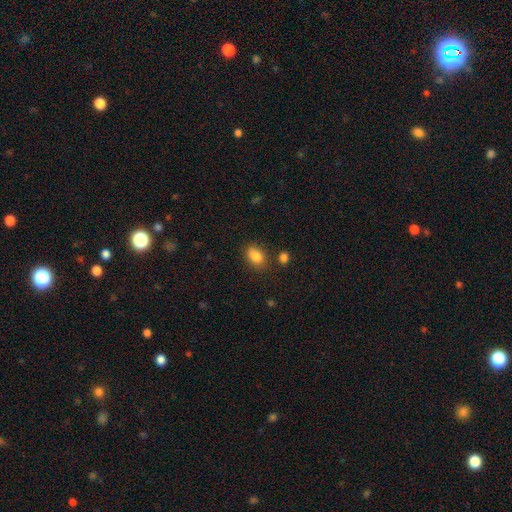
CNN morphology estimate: smooth_or_featured: smooth (p=0.84) [alt: star or artifact p=0.10]
how_rounded: in between (p=0.75) [alt: round p=0.23]
merging: none (p=0.72) [alt: minor disturbance p=0.17]